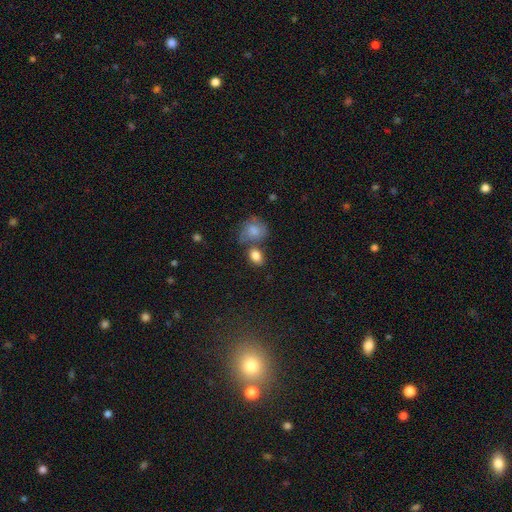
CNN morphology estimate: smooth_or_featured: smooth (p=0.82) [alt: featured or disk p=0.10]
how_rounded: in between (p=0.75) [alt: round p=0.23]
merging: none (p=0.52) [alt: merger p=0.26]